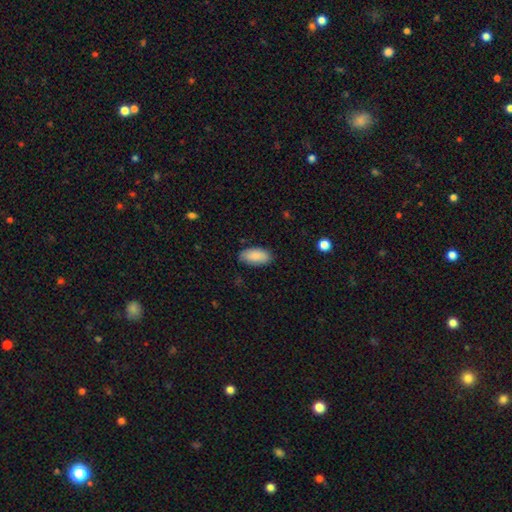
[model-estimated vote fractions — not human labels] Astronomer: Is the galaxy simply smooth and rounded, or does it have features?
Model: smooth — 88%.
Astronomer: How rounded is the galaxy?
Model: in between — 93%.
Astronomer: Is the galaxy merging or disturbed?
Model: none — 81%.